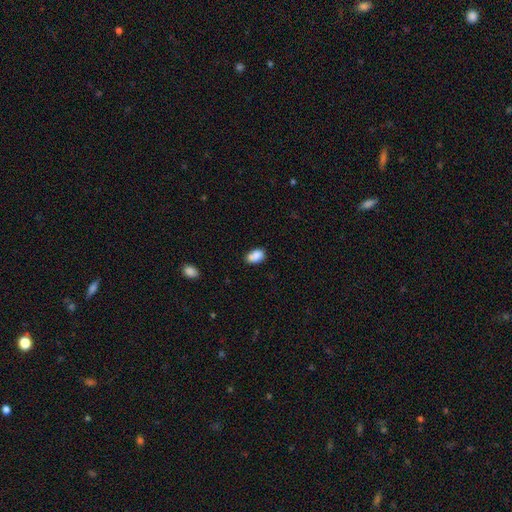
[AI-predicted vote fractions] This is clearly a smooth galaxy (83%). How rounded: clearly in between (87%). Merging: likely none (60%).